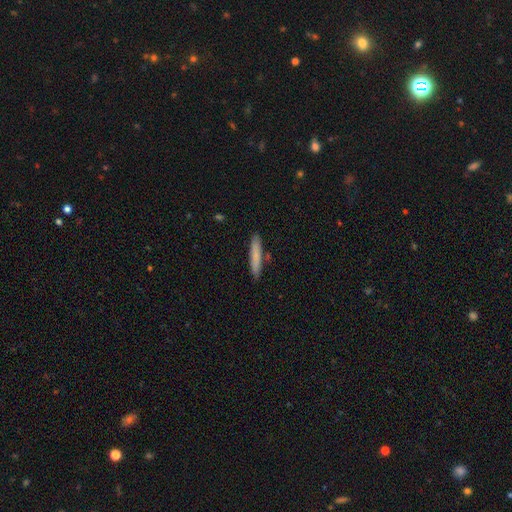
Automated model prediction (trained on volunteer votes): smooth_or_featured: smooth (p=0.77) [alt: featured or disk p=0.17]
how_rounded: cigar-shaped (p=0.93) [alt: in between p=0.06]
merging: none (p=0.86) [alt: minor disturbance p=0.09]